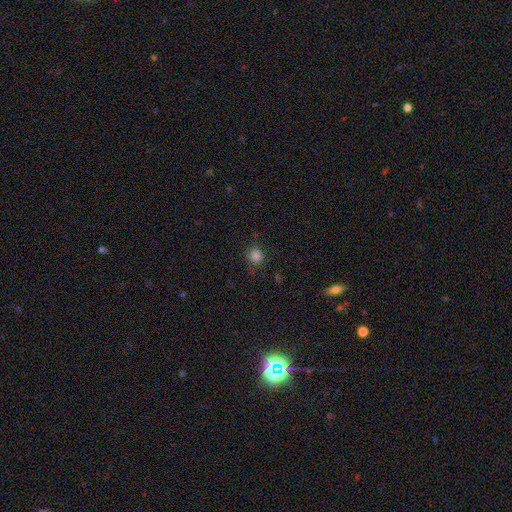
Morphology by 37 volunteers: Volunteers were most divided on "smooth or featured": smooth: 92%, star or artifact: 5%, featured or disk: 3%. More confident: how rounded — round (100%); merging — none (100%).